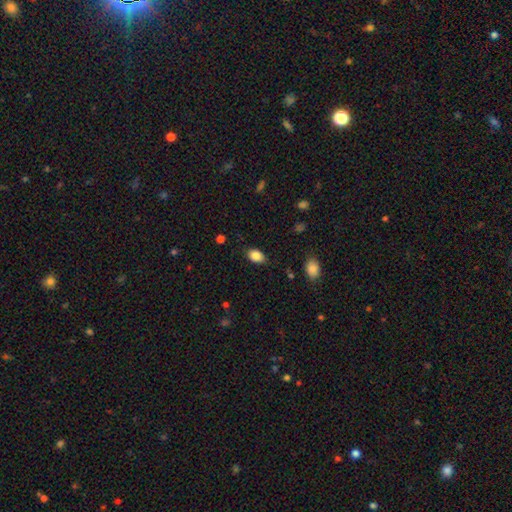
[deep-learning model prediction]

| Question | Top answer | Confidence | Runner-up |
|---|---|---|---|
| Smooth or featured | smooth | 87% | star or artifact (8%) |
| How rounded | in between | 86% | round (13%) |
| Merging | none | 83% | minor disturbance (13%) |